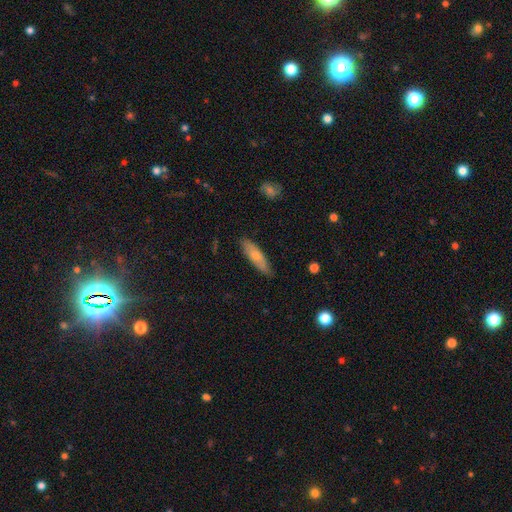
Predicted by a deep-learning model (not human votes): The model was most divided on "how rounded": cigar-shaped: 60%, in between: 38%, round: 2%. More confident: merging — none (80%); smooth or featured — smooth (72%).